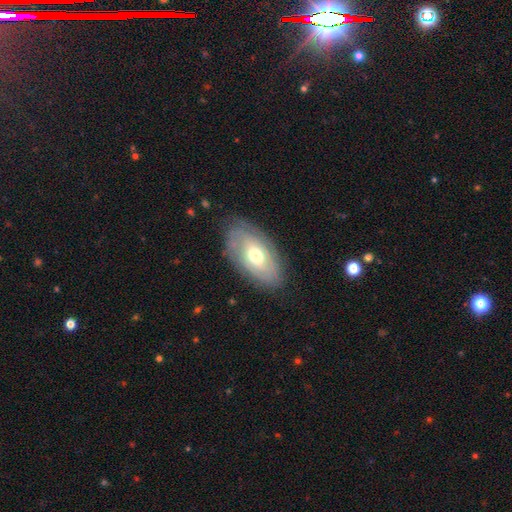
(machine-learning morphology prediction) smooth_or_featured: featured or disk (p=0.53) [alt: smooth p=0.41]
disk_edge_on: no (p=0.87) [alt: yes p=0.13]
merging: none (p=0.77) [alt: minor disturbance p=0.17]